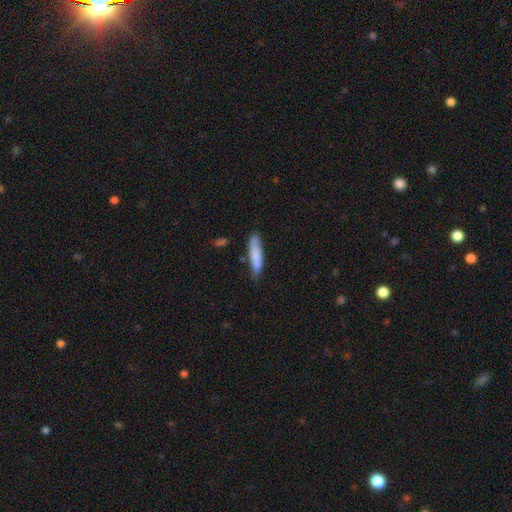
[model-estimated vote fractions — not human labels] The model was most divided on "how rounded": cigar-shaped: 73%, in between: 25%, round: 1%. More confident: smooth or featured — smooth (81%); merging — none (72%).